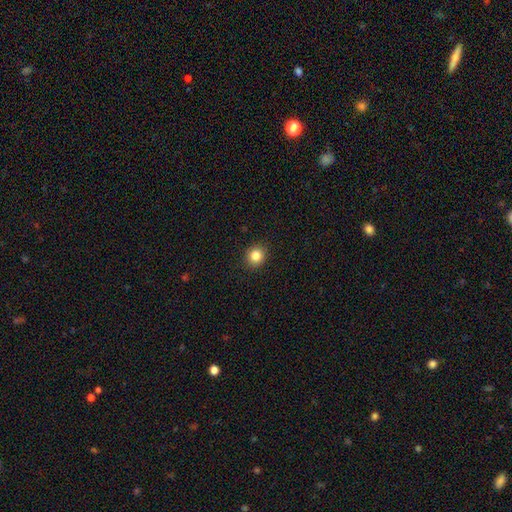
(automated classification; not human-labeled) Smooth or featured?
  - smooth: 85% *
  - star or artifact: 10%
  - featured or disk: 5%
How rounded?
  - round: 82% *
  - in between: 17%
  - cigar-shaped: 1%
Merging?
  - none: 91% *
  - minor disturbance: 6%
  - major disturbance: 2%
  - merger: 1%